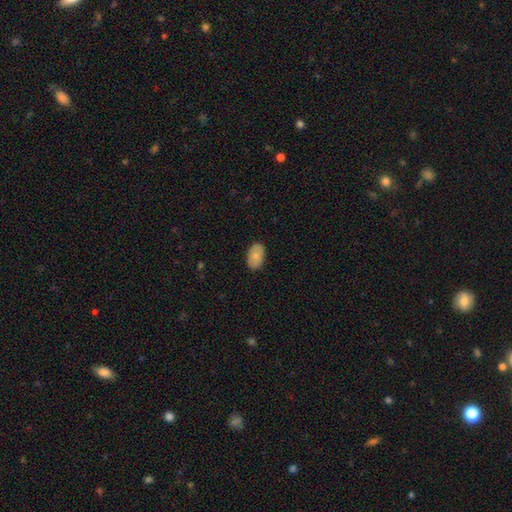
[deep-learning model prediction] Smooth or featured? smooth (82%)
How rounded? in between (91%)
Merging? none (86%)